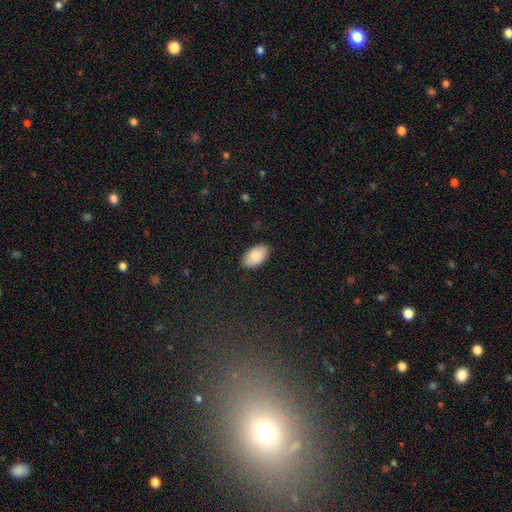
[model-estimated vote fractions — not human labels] This is clearly a smooth galaxy (87%). How rounded: clearly in between (95%). Merging: clearly none (87%).